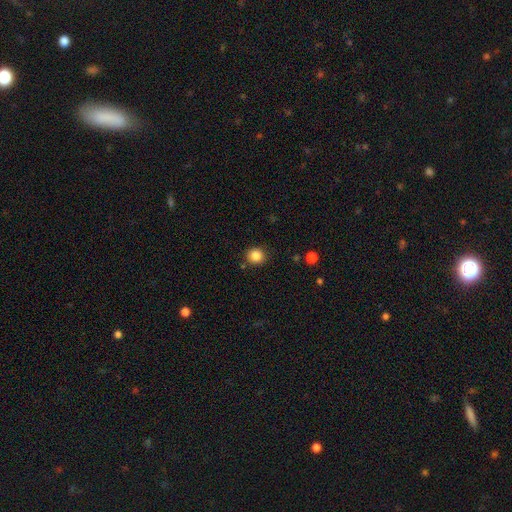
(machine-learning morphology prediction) Smooth or featured? Predicted: smooth (p=0.86). How rounded? Predicted: round (p=0.88). Merging? Predicted: none (p=0.86).